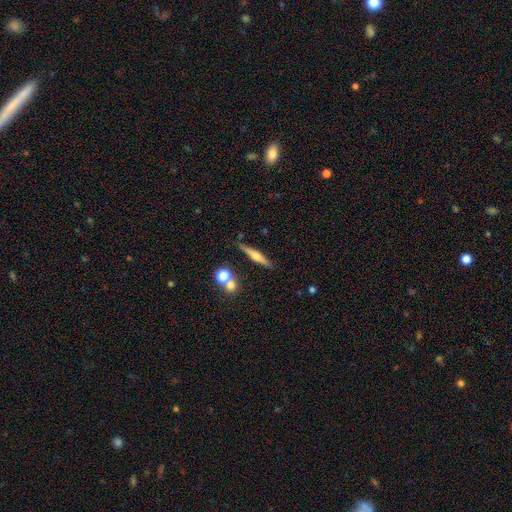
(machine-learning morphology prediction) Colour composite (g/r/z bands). It shows a featured or disk galaxy (62%) viewed edge-on (96%) with a rounded central bulge (89%). Merging: none (81%).